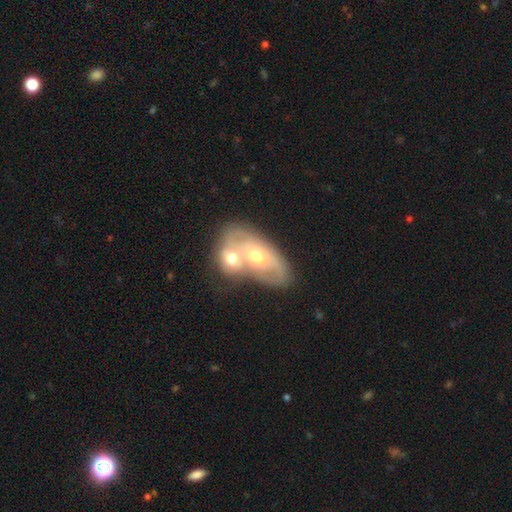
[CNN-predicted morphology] Smooth or featured?
  - featured or disk: 58% *
  - smooth: 35%
  - star or artifact: 8%
Edge-on disk?
  - no: 93% *
  - yes: 7%
Bar?
  - no: 83% *
  - weak: 14%
  - strong: 3%
Spiral arms?
  - no: 59% *
  - yes: 41%
Bulge size?
  - moderate: 65% *
  - small: 27%
  - large: 5%
  - none: 2%
  - dominant: 1%
Merging?
  - merger: 69% *
  - none: 18%
  - minor disturbance: 8%
  - major disturbance: 5%